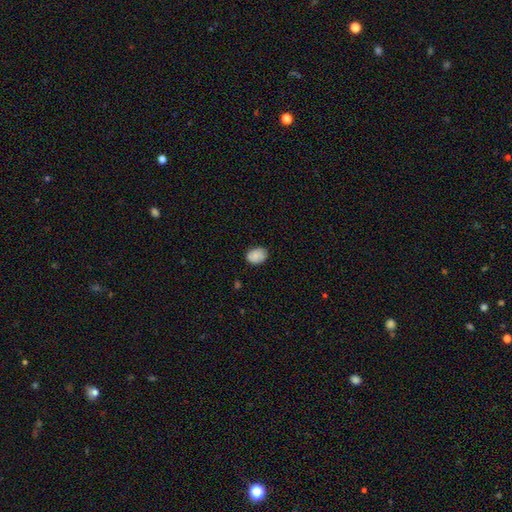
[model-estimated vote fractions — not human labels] Morphology: type=smooth (83%); roundness=in between (70%); merging=none (78%).